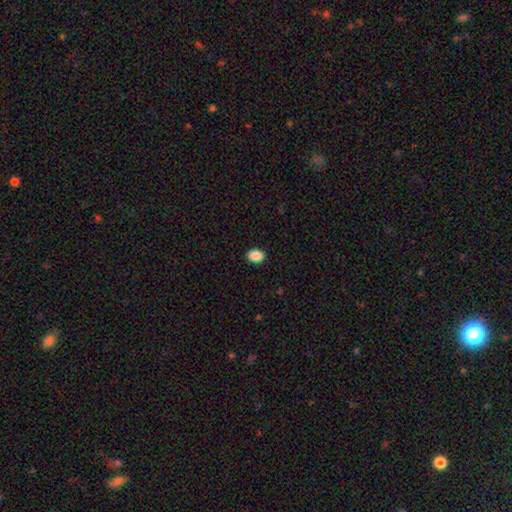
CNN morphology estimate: smooth 89%, star or artifact 8%, featured or disk 3%. Down the decision tree: how rounded — in between (70%); merging — none (91%).